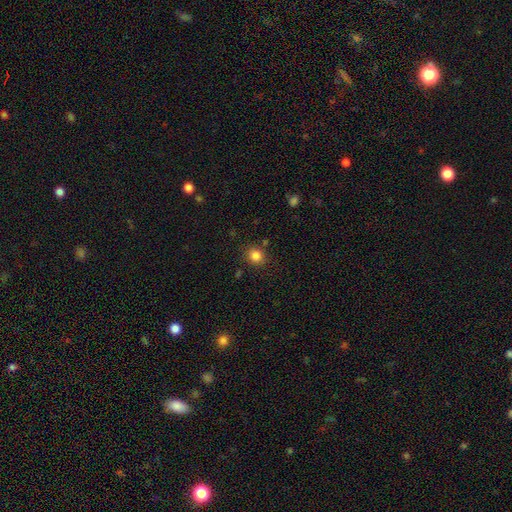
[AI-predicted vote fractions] Smooth or featured? Predicted: smooth (p=0.83). How rounded? Predicted: round (p=0.78). Merging? Predicted: none (p=0.84).